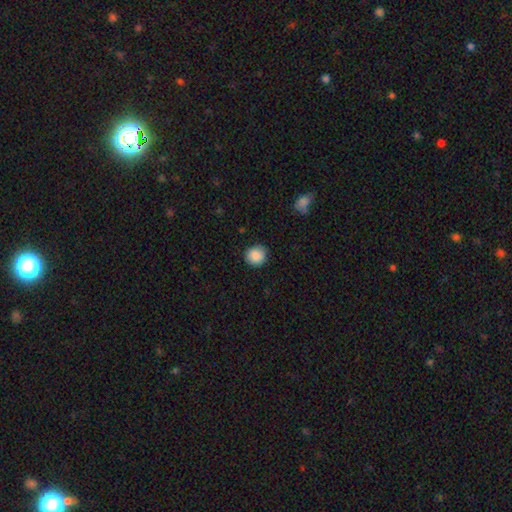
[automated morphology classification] Smooth or featured? Predicted: smooth (p=0.89). How rounded? Predicted: round (p=0.91). Merging? Predicted: none (p=0.90).